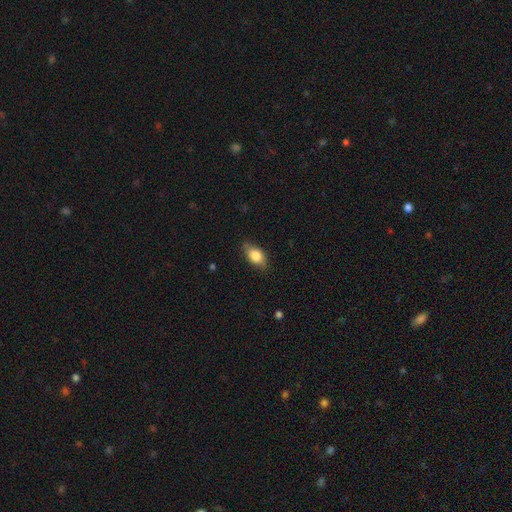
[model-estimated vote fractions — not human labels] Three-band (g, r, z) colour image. It shows a smooth galaxy with no disk features (78%) that is in between round and cigar-shaped (85%). Merging: none (77%).